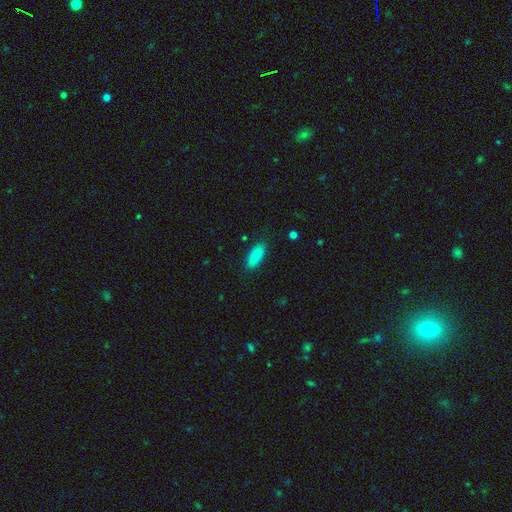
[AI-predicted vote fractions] Smooth or featured?
  - smooth: 88% *
  - star or artifact: 7%
  - featured or disk: 6%
How rounded?
  - in between: 77% *
  - cigar-shaped: 21%
  - round: 2%
Merging?
  - none: 86% *
  - minor disturbance: 10%
  - major disturbance: 2%
  - merger: 1%